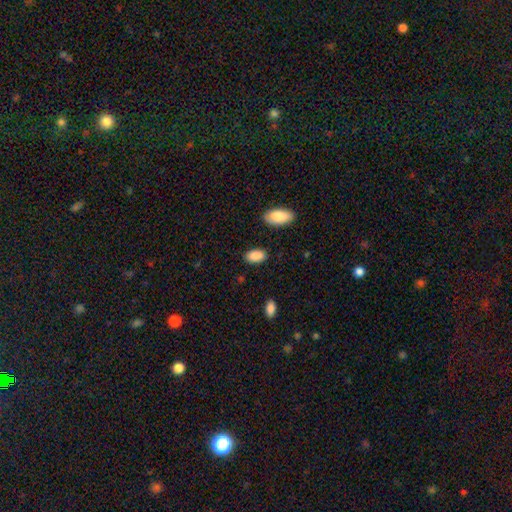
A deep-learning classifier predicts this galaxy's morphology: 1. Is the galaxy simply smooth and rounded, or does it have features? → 89% smooth, 7% star or artifact, 4% featured or disk.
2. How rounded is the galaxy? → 94% in between, 3% round, 3% cigar-shaped.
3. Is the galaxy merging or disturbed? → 86% none, 10% minor disturbance, 2% major disturbance, 2% merger.